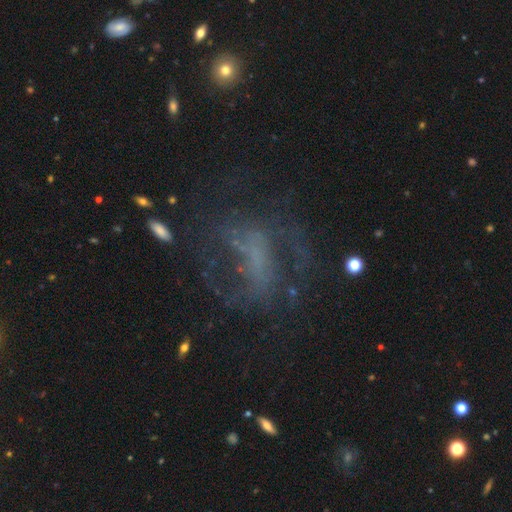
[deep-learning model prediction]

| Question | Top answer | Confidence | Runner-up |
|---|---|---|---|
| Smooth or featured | featured or disk | 63% | star or artifact (21%) |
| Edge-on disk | no | 95% | yes (5%) |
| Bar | no | 46% | weak (31%) |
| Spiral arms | yes | 63% | no (37%) |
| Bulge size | none | 68% | small (17%) |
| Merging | none | 51% | major disturbance (29%) |